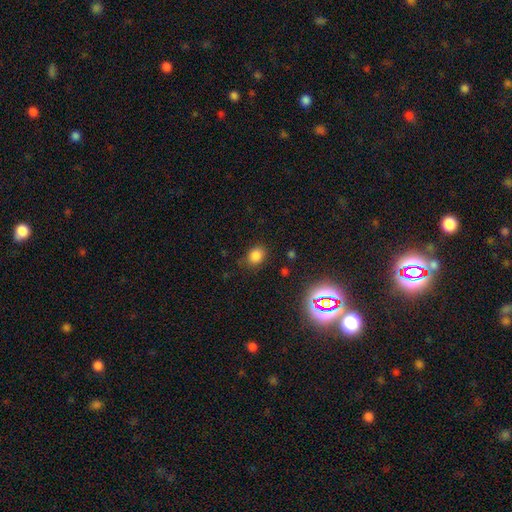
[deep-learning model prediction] Smooth or featured? Predicted: smooth (p=0.80). How rounded? Predicted: in between (p=0.50). Merging? Predicted: none (p=0.80).